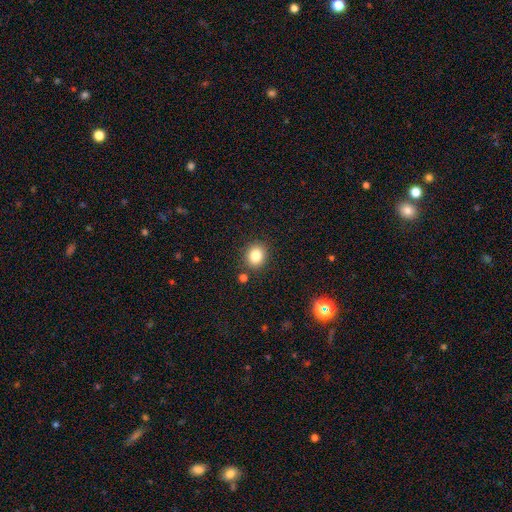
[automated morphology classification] Smooth or featured: smooth — 83% (star or artifact — 11%)
How rounded: round — 73% (in between — 26%)
Merging: none — 86% (minor disturbance — 8%)